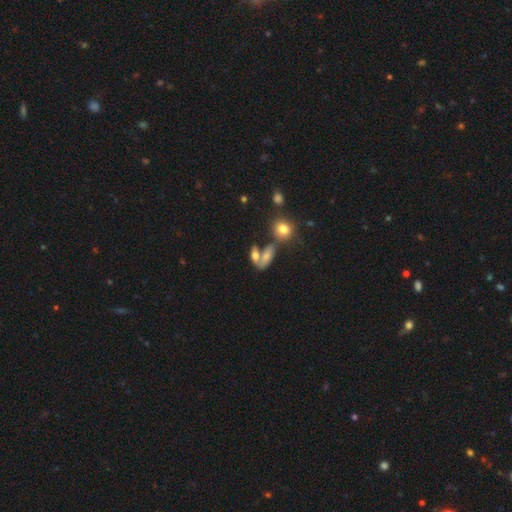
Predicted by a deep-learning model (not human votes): Morphology: type=smooth (61%); roundness=in between (75%); merging=merger (46%).